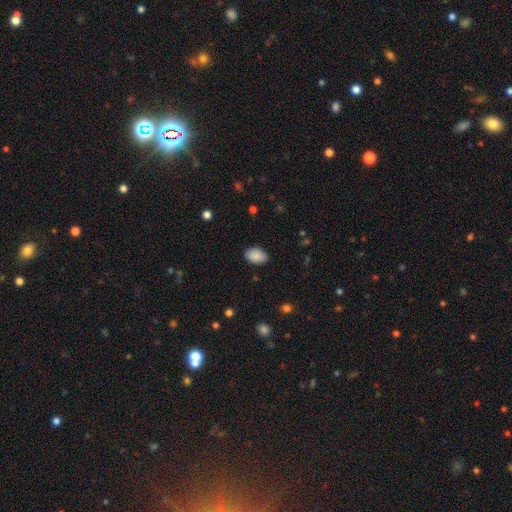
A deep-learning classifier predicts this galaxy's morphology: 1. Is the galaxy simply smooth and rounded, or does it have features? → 89% smooth, 7% star or artifact, 4% featured or disk.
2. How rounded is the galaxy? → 87% in between, 12% round, 1% cigar-shaped.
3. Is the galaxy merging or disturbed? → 86% none, 11% minor disturbance, 2% major disturbance, 1% merger.